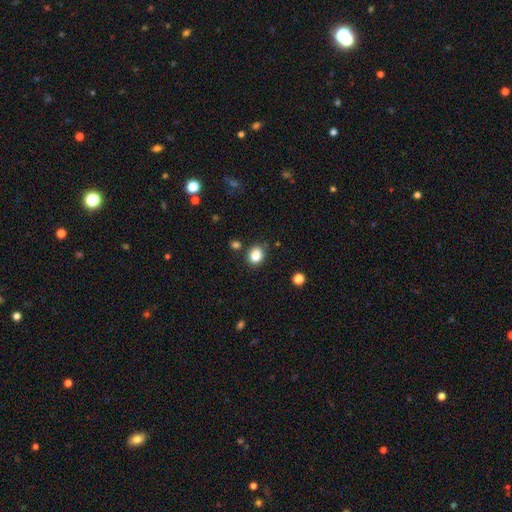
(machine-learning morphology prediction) This is clearly a smooth galaxy (85%). How rounded: possibly round (52%). Merging: clearly none (81%).